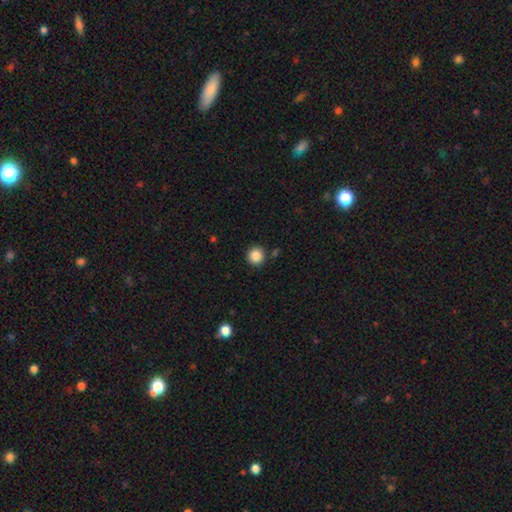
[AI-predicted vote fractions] The model was most divided on "smooth or featured": smooth: 87%, star or artifact: 10%, featured or disk: 3%. More confident: how rounded — round (94%); merging — none (89%).